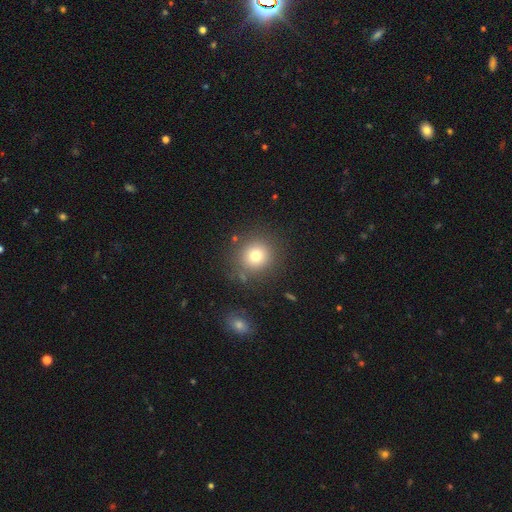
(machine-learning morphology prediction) Smooth or featured? Predicted: smooth (p=0.76). How rounded? Predicted: round (p=0.91). Merging? Predicted: none (p=0.84).